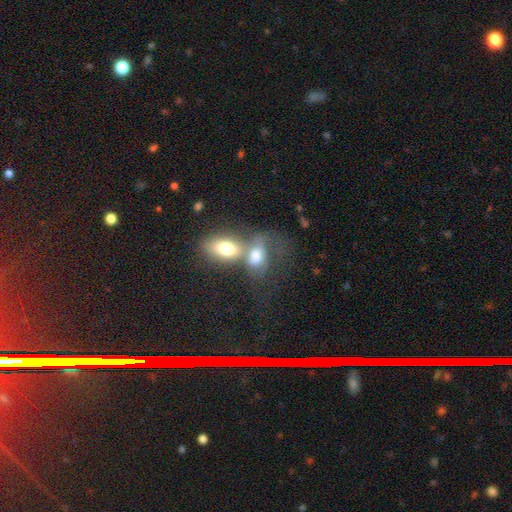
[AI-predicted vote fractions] Smooth or featured? smooth (67%)
How rounded? in between (80%)
Merging? merger (67%)